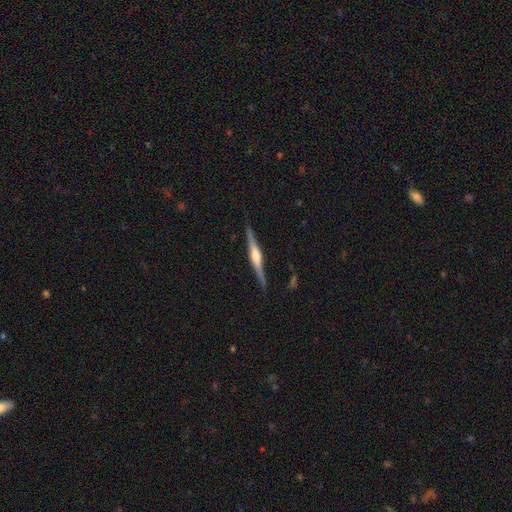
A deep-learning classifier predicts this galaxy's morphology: The model was most divided on "smooth or featured": featured or disk: 78%, smooth: 17%, star or artifact: 5%. More confident: edge-on disk — yes (98%); merging — none (88%); edge-on bulge — rounded (79%).